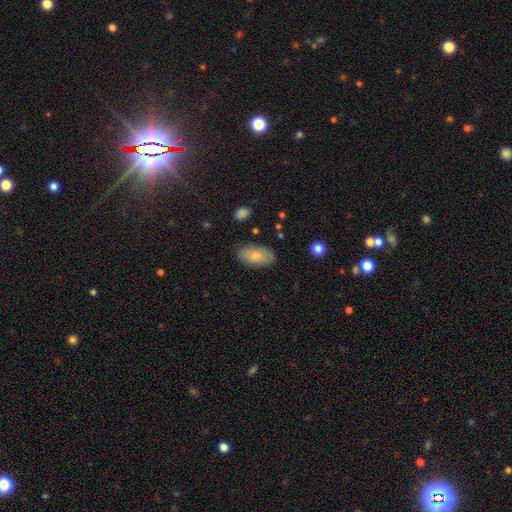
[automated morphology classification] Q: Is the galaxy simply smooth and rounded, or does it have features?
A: smooth — 75%.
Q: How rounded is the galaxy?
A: in between — 94%.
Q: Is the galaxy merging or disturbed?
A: none — 82%.